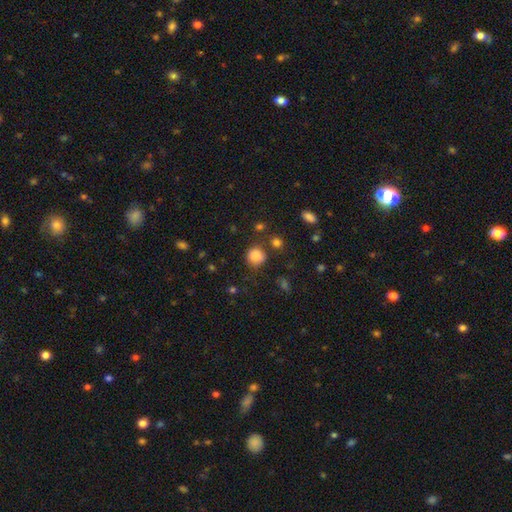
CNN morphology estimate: A smooth galaxy with no disk features (84%) that is round (86%). Merging: none (75%).